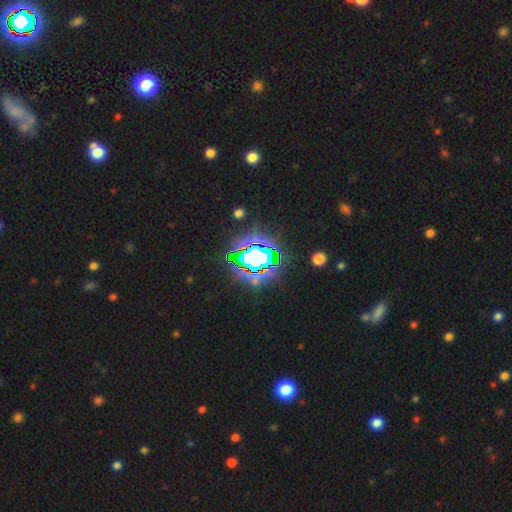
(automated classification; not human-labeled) This appears to be a star or artifact, not a galaxy (70%).